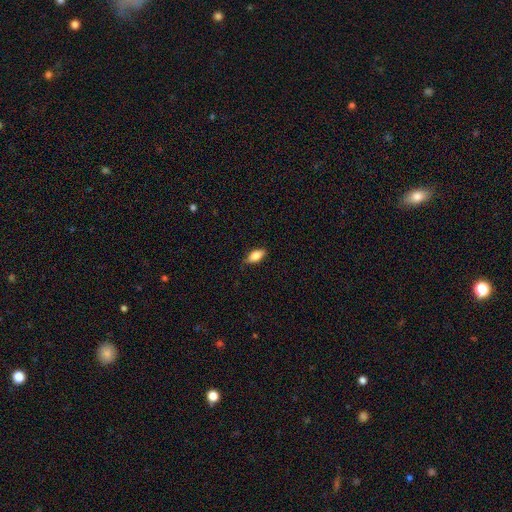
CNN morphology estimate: This is likely a smooth galaxy (80%). How rounded: clearly in between (85%). Merging: likely none (77%).